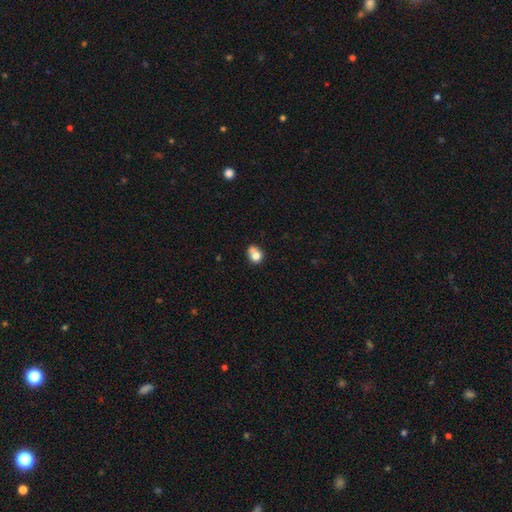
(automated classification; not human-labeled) This is likely a smooth galaxy (75%). How rounded: likely round (63%). Merging: marginally none (42%).